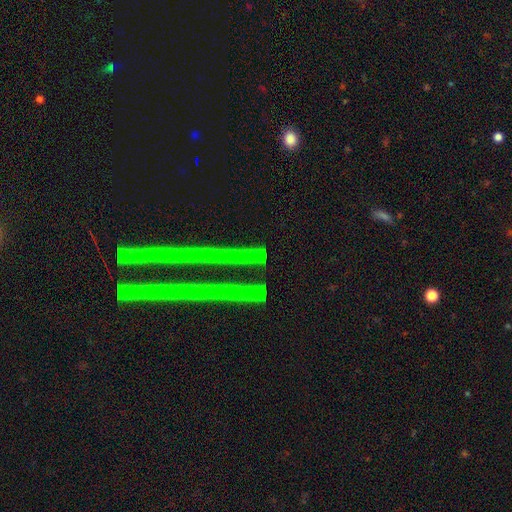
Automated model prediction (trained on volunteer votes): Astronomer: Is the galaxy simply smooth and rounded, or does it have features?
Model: star or artifact — 73%.